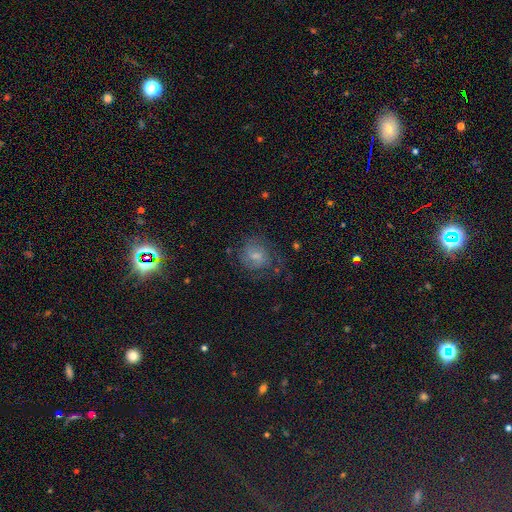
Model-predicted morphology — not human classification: smooth-or-featured: smooth: 48% | featured or disk: 40% | star or artifact: 12%
  merging: none: 57% | minor disturbance: 22% | major disturbance: 18% | merger: 2%